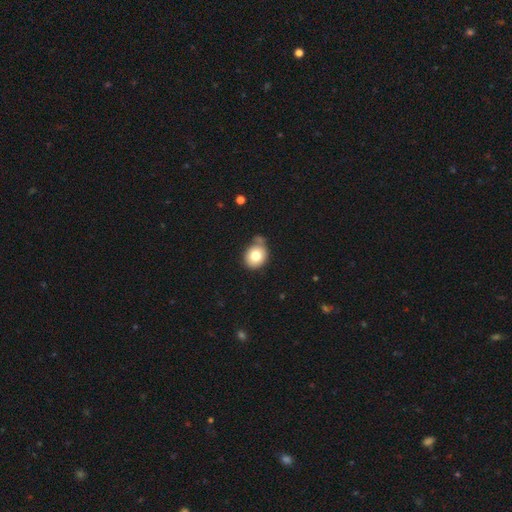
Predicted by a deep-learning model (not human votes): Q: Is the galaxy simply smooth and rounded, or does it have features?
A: smooth — 78%.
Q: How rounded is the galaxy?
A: round — 59%.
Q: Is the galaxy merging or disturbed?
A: none — 57%.